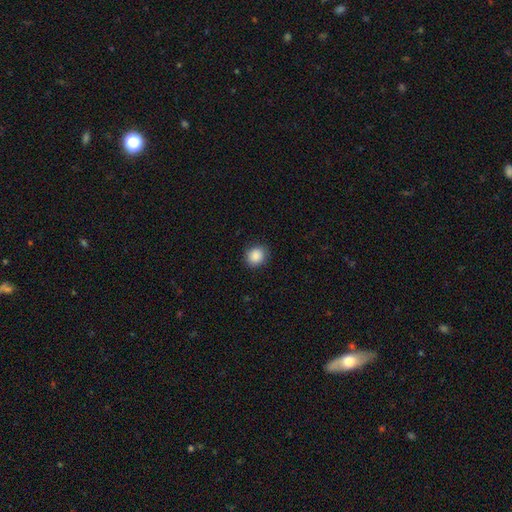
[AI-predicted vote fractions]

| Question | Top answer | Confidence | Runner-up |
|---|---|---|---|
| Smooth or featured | smooth | 88% | star or artifact (8%) |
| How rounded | round | 79% | in between (20%) |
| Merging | none | 87% | minor disturbance (10%) |